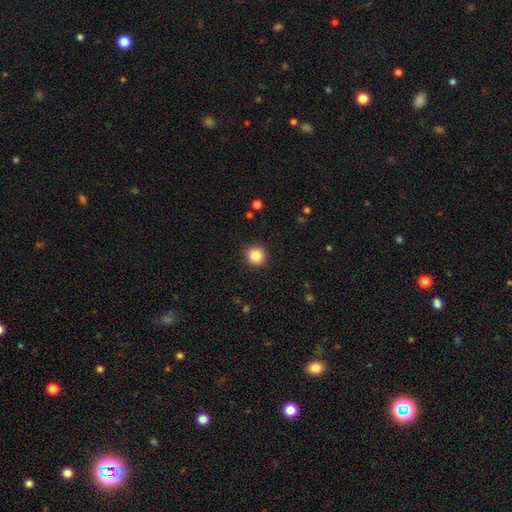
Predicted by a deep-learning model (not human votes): This appears to be a smooth galaxy with no disk features (86%) that is round (93%). Merging: none (91%).